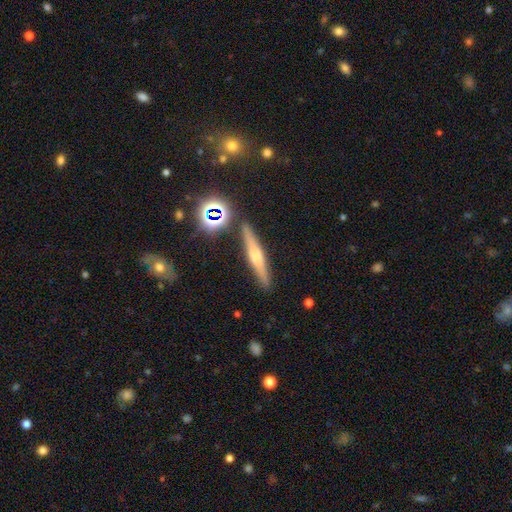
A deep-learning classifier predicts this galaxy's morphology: Smooth or featured?
  - featured or disk: 54% *
  - smooth: 34%
  - star or artifact: 12%
Edge-on disk?
  - yes: 96% *
  - no: 4%
Edge-on bulge?
  - rounded: 82% *
  - none: 9%
  - boxy: 9%
Merging?
  - none: 88% *
  - minor disturbance: 7%
  - merger: 3%
  - major disturbance: 2%